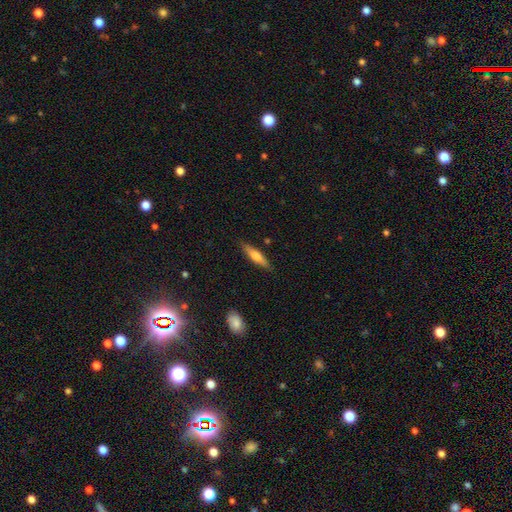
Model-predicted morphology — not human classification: This appears to be a smooth galaxy with no disk features (61%) that is cigar-shaped (73%). Merging: none (86%).